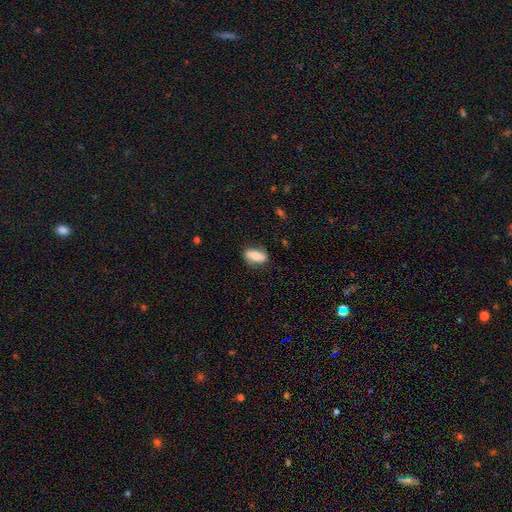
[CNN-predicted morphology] Smooth or featured? smooth (68%)
How rounded? in between (80%)
Merging? none (77%)